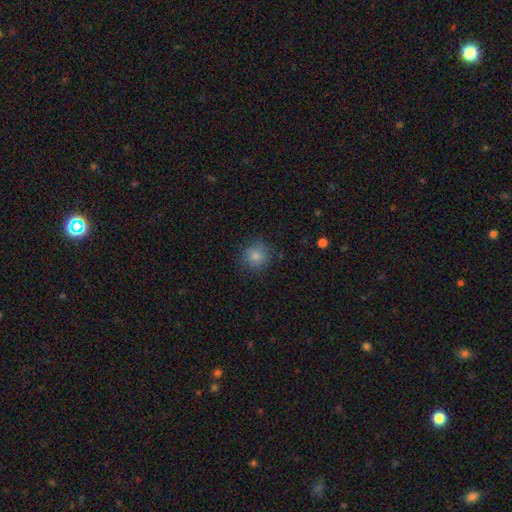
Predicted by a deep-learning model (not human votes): Overall: smooth (84%). How rounded: round (90%). Merging: none (84%).